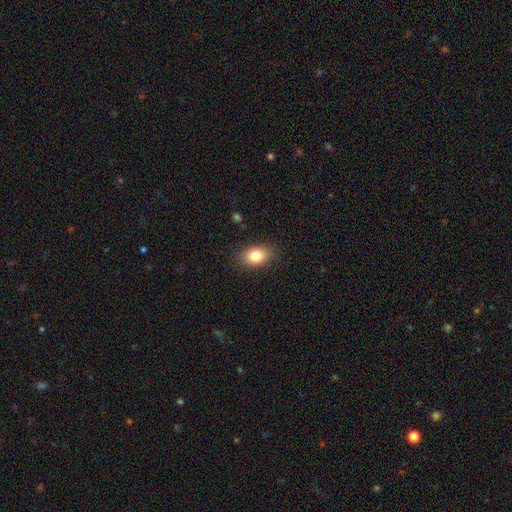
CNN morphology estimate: Q: Smooth or featured?
A: smooth (83%); runner-up: star or artifact (8%)
Q: How rounded?
A: in between (82%); runner-up: round (16%)
Q: Merging?
A: none (86%); runner-up: minor disturbance (10%)